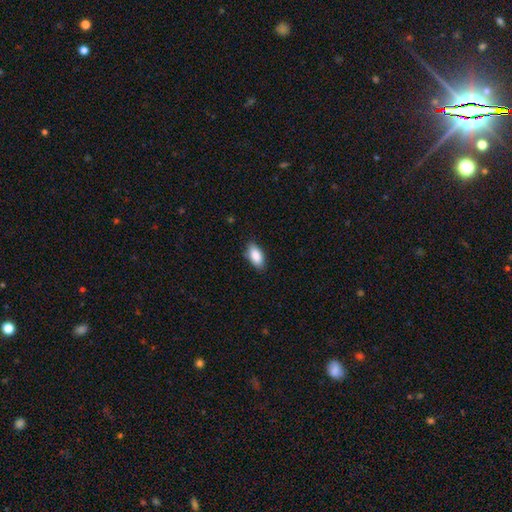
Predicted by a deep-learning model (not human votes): Smooth or featured?
  - smooth: 89% *
  - star or artifact: 7%
  - featured or disk: 5%
How rounded?
  - in between: 91% *
  - cigar-shaped: 6%
  - round: 3%
Merging?
  - none: 84% *
  - minor disturbance: 12%
  - major disturbance: 2%
  - merger: 1%